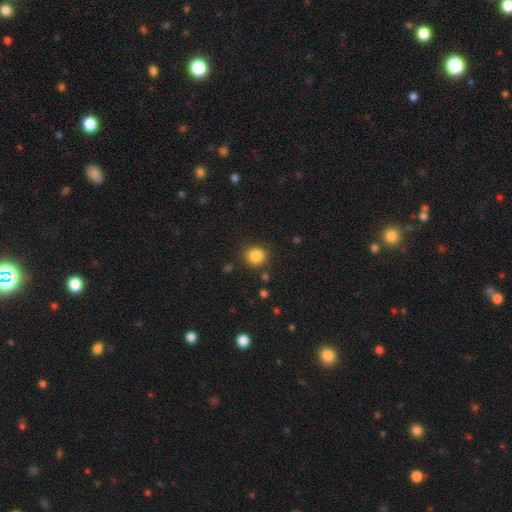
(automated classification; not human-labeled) Morphology: type=smooth (86%); roundness=round (84%); merging=none (85%).